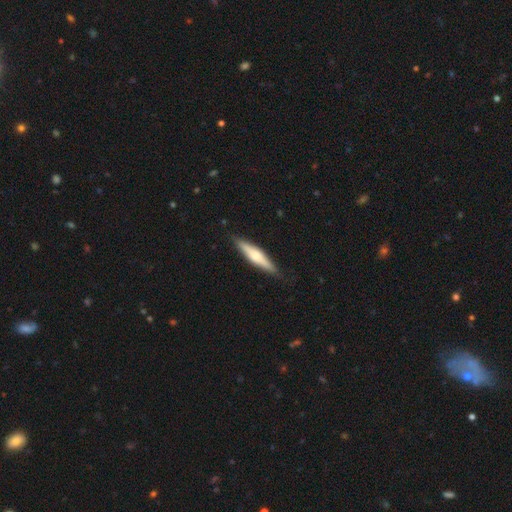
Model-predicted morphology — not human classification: The model was most divided on "smooth or featured": smooth: 48%, featured or disk: 46%, star or artifact: 5%. More confident: merging — none (87%).